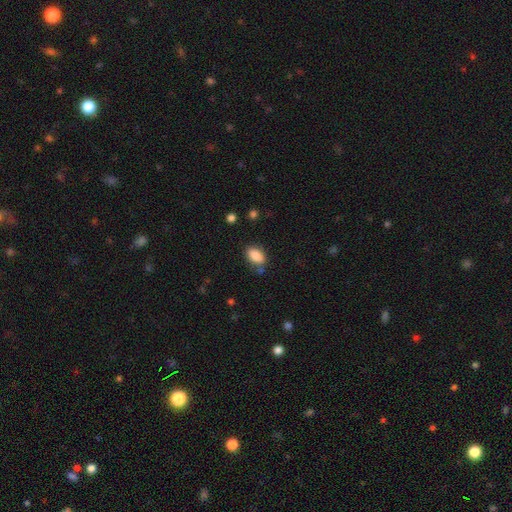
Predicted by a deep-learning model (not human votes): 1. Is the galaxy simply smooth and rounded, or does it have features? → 87% smooth, 8% star or artifact, 5% featured or disk.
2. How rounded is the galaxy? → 89% in between, 8% round, 2% cigar-shaped.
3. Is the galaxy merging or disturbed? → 78% none, 14% minor disturbance, 5% merger, 3% major disturbance.